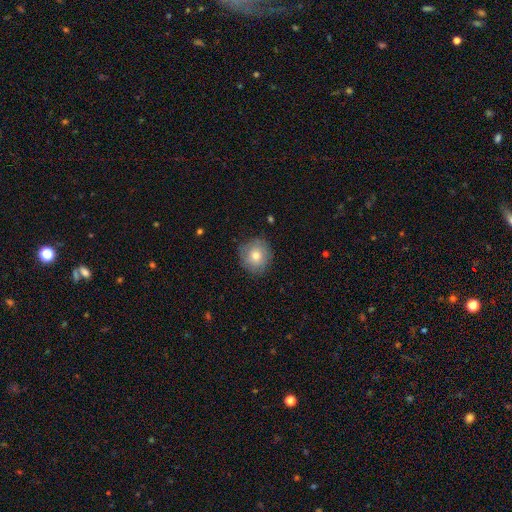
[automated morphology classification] smooth-or-featured: smooth: 68% | featured or disk: 23% | star or artifact: 9%
  how-rounded: round: 90% | in between: 9% | cigar-shaped: 1%
  merging: none: 82% | minor disturbance: 14% | major disturbance: 3% | merger: 1%